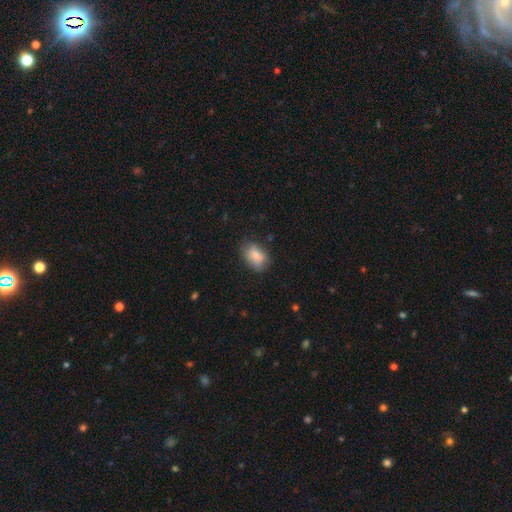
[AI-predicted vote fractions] The model was most divided on "merging": none: 70%, minor disturbance: 23%, major disturbance: 5%, merger: 2%. More confident: smooth or featured — smooth (83%); how rounded — in between (79%).